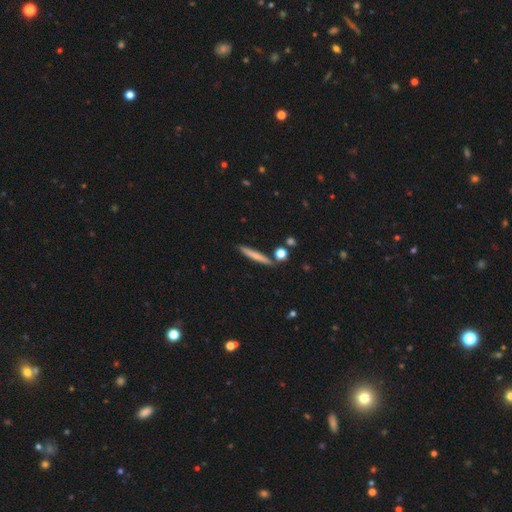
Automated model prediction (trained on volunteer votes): Morphology: type=smooth (68%); roundness=cigar-shaped (94%); merging=none (86%).